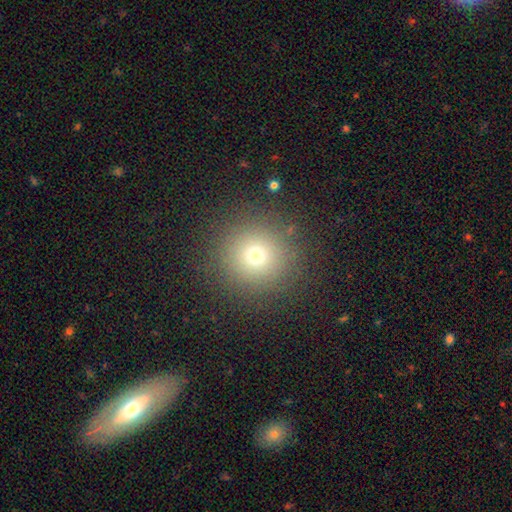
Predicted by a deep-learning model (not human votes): Smooth or featured? smooth (71%)
How rounded? round (95%)
Merging? none (89%)